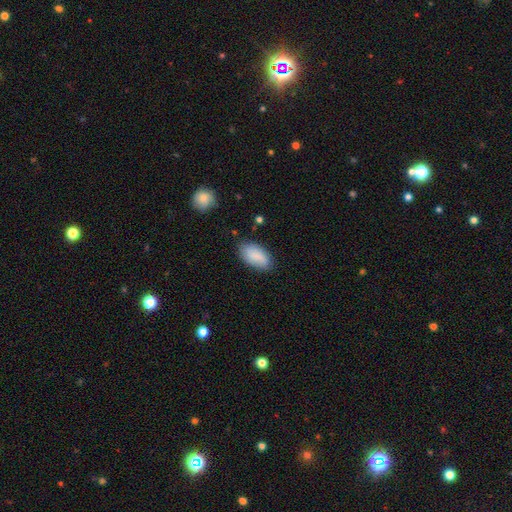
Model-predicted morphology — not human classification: smooth 84%, featured or disk 10%, star or artifact 6%. Down the decision tree: how rounded — in between (94%); merging — none (78%).